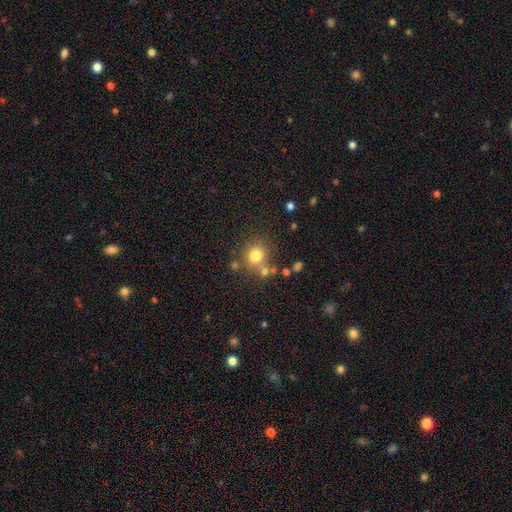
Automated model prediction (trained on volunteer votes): This appears to be a smooth galaxy with no disk features (76%) that is round (83%). Merging: none (68%).